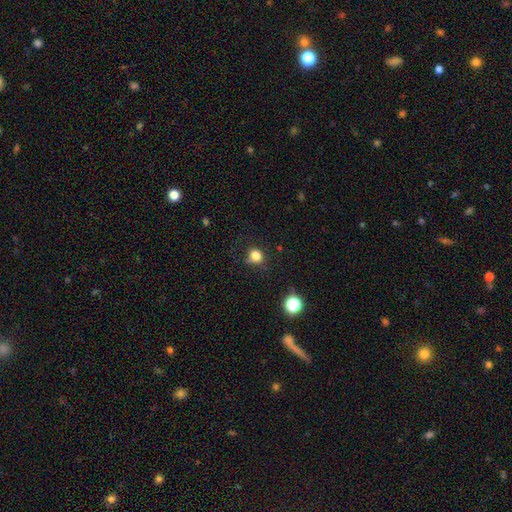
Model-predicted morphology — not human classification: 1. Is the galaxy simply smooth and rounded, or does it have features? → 80% smooth, 14% star or artifact, 6% featured or disk.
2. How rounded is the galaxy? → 78% round, 21% in between, 1% cigar-shaped.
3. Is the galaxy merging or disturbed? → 69% none, 20% minor disturbance, 7% major disturbance, 3% merger.